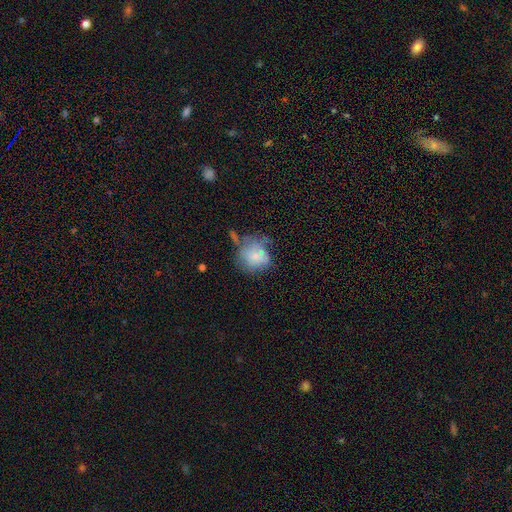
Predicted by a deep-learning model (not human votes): The model was most divided on "merging": none: 36%, minor disturbance: 30%, major disturbance: 21%, merger: 13%. More confident: how rounded — round (73%); smooth or featured — smooth (69%).